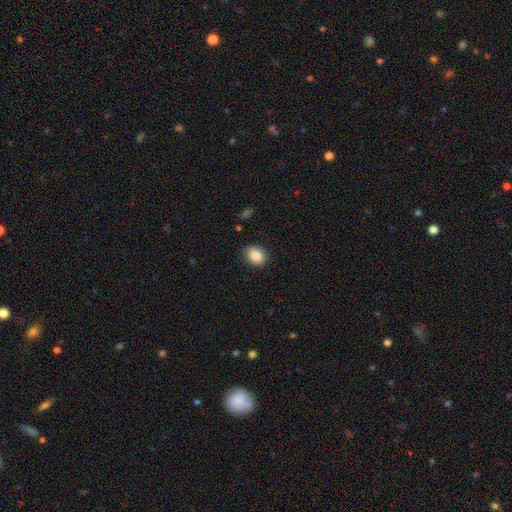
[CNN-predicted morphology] Q: Smooth or featured?
A: smooth (85%); runner-up: star or artifact (9%)
Q: How rounded?
A: in between (61%); runner-up: round (38%)
Q: Merging?
A: none (84%); runner-up: minor disturbance (13%)